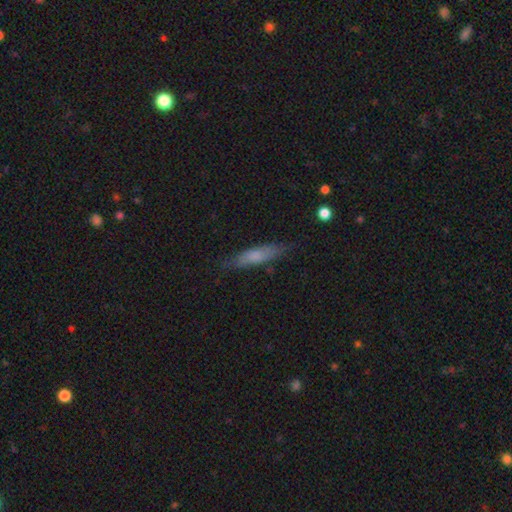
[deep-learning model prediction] A smooth galaxy with no disk features (66%) that is cigar-shaped (78%).

Vote fractions:
- Smooth or featured? smooth: 66% / featured or disk: 27% / star or artifact: 7%
- How rounded? cigar-shaped: 78% / in between: 20% / round: 2%
- Merging? none: 79% / minor disturbance: 16% / major disturbance: 4% / merger: 2%